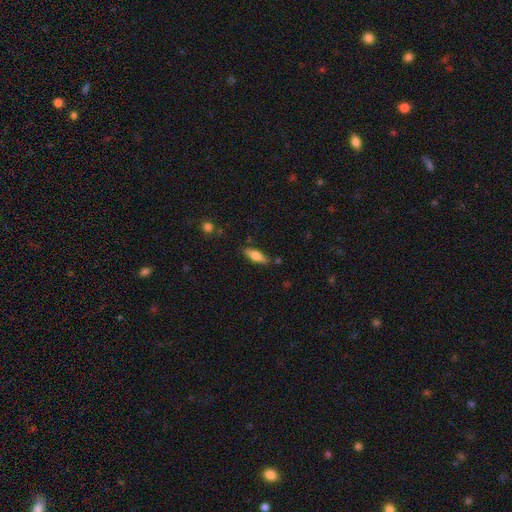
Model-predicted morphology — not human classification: Q: Smooth or featured?
A: smooth (60%); runner-up: featured or disk (33%)
Q: How rounded?
A: in between (50%); runner-up: cigar-shaped (47%)
Q: Merging?
A: none (82%); runner-up: minor disturbance (13%)